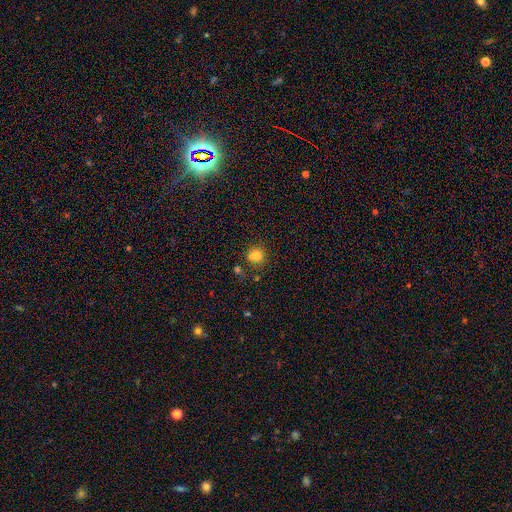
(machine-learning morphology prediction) Smooth or featured? Predicted: smooth (p=0.77). How rounded? Predicted: round (p=0.79). Merging? Predicted: none (p=0.61).